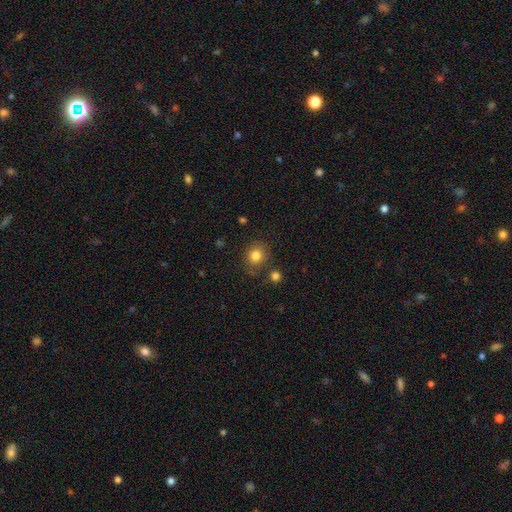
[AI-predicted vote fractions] Morphology: type=smooth (81%); roundness=round (82%); merging=none (76%).